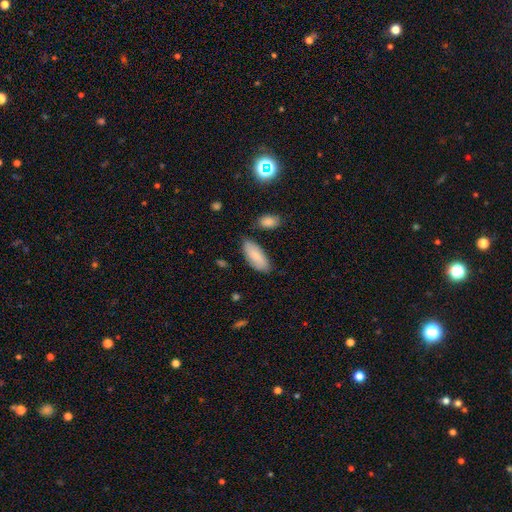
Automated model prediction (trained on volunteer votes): Overall: smooth (83%). How rounded: in between (85%). Merging: none (75%).